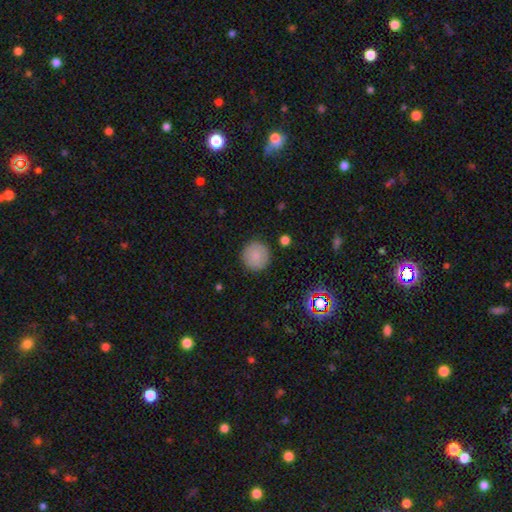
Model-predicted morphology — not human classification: type=smooth (85%); roundness=round (95%); merging=none (90%).